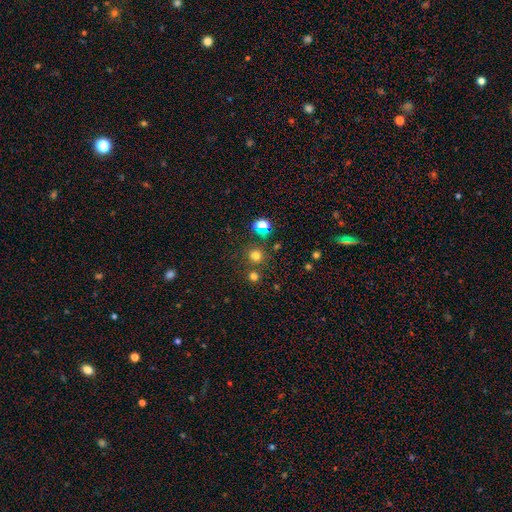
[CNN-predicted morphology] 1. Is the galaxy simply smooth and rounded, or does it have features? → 72% smooth, 22% star or artifact, 6% featured or disk.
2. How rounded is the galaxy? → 92% round, 7% in between, 1% cigar-shaped.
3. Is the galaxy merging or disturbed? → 78% none, 12% merger, 7% minor disturbance, 3% major disturbance.